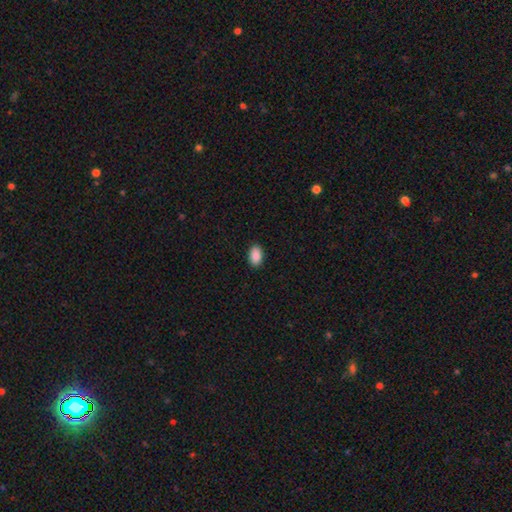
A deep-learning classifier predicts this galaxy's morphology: smooth_or_featured: smooth (p=0.89) [alt: star or artifact p=0.07]
how_rounded: in between (p=0.92) [alt: round p=0.07]
merging: none (p=0.90) [alt: minor disturbance p=0.07]